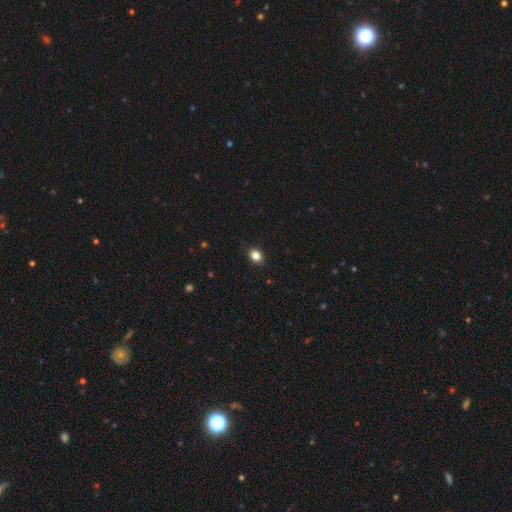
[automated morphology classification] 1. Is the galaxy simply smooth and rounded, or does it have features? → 85% smooth, 11% star or artifact, 5% featured or disk.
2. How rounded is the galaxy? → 58% in between, 41% round, 1% cigar-shaped.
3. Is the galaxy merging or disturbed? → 89% none, 8% minor disturbance, 2% major disturbance, 1% merger.